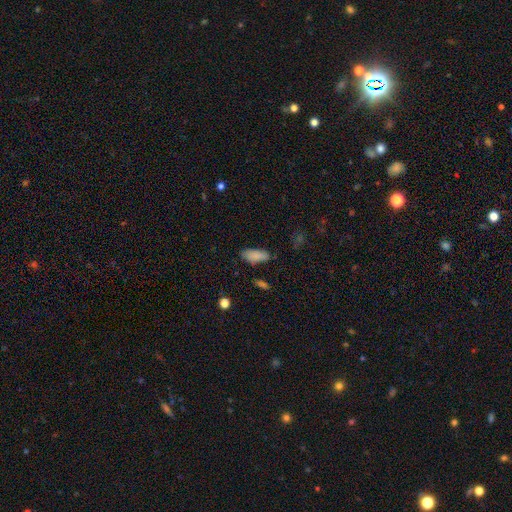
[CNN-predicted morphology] type=smooth (87%); roundness=in between (85%); merging=none (79%).